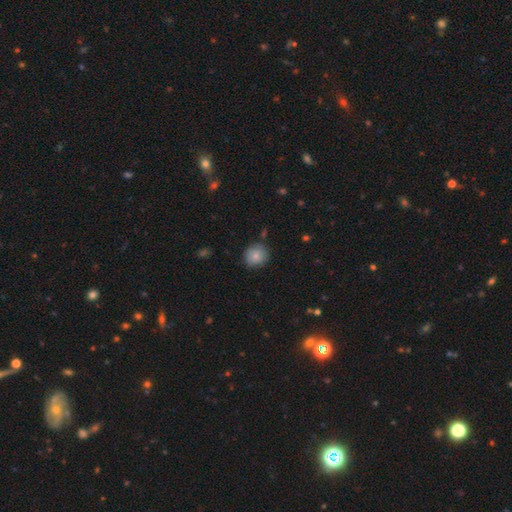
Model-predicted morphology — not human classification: smooth 83%, featured or disk 9%, star or artifact 8%. Down the decision tree: how rounded — round (88%); merging — none (81%).